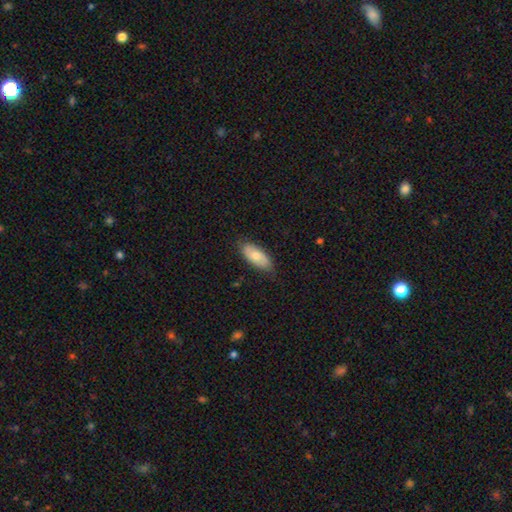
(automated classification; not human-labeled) Smooth or featured: smooth — 71% (featured or disk — 24%)
How rounded: in between — 88% (cigar-shaped — 10%)
Merging: none — 77% (minor disturbance — 19%)